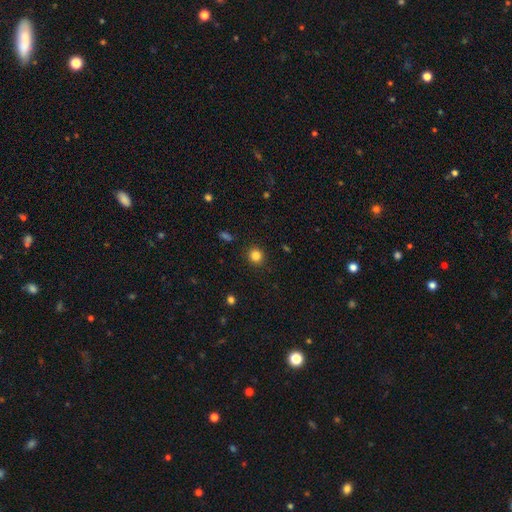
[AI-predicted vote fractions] The model was most divided on "smooth or featured": smooth: 83%, star or artifact: 12%, featured or disk: 5%. More confident: merging — none (91%); how rounded — round (90%).